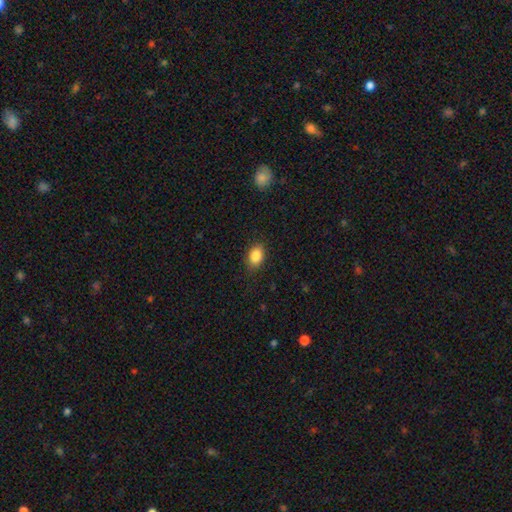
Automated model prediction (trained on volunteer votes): smooth 86%, star or artifact 8%, featured or disk 6%. Down the decision tree: how rounded — in between (80%); merging — none (85%).